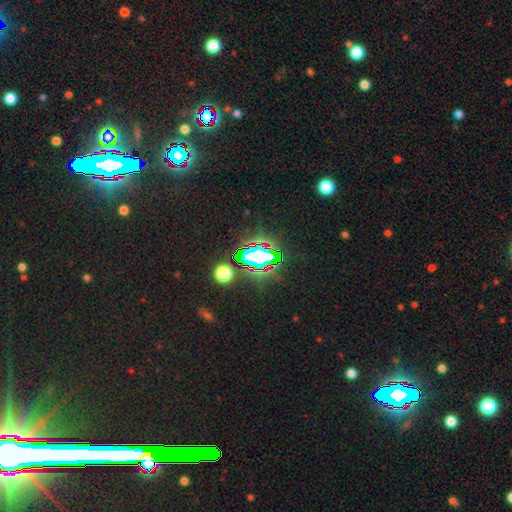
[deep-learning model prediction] Smooth or featured: star or artifact — 70% (smooth — 19%)